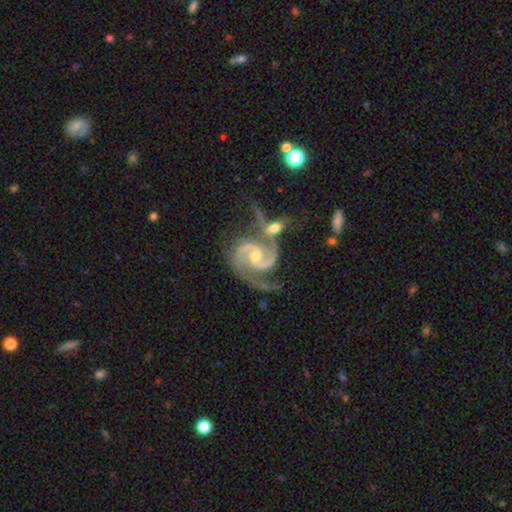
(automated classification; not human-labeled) Smooth or featured? featured or disk (93%)
Edge-on disk? no (98%)
Bar? no (47%)
Spiral arms? yes (99%)
Spiral winding? medium (59%)
Spiral arm count? 2 (90%)
Bulge size? moderate (52%)
Merging? none (37%)